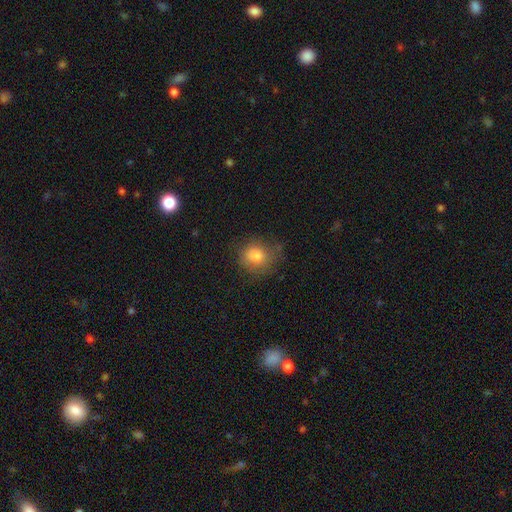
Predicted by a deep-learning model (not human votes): smooth_or_featured: smooth (p=0.79) [alt: star or artifact p=0.12]
how_rounded: round (p=0.75) [alt: in between p=0.24]
merging: none (p=0.71) [alt: minor disturbance p=0.20]